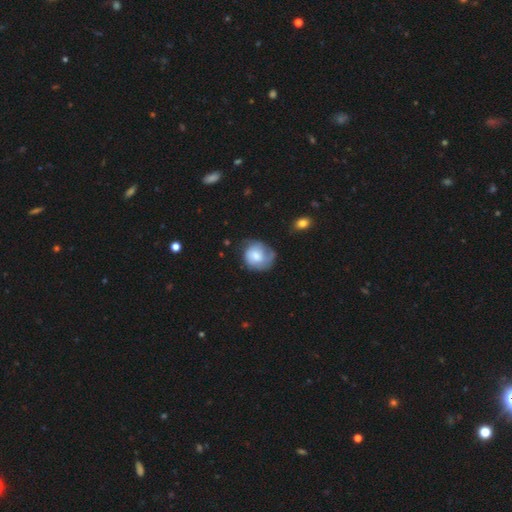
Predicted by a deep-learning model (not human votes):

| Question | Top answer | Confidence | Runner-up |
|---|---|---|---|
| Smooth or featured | smooth | 54% | featured or disk (39%) |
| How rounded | round | 75% | in between (24%) |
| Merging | none | 51% | minor disturbance (31%) |